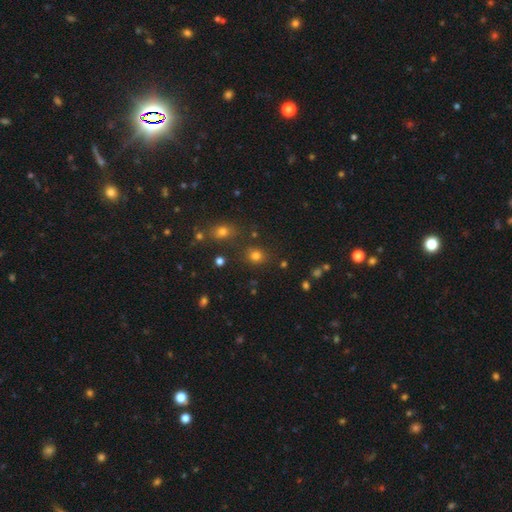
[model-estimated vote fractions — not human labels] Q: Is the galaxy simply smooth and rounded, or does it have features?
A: smooth — 74%.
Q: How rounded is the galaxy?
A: round — 72%.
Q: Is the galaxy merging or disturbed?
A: none — 78%.